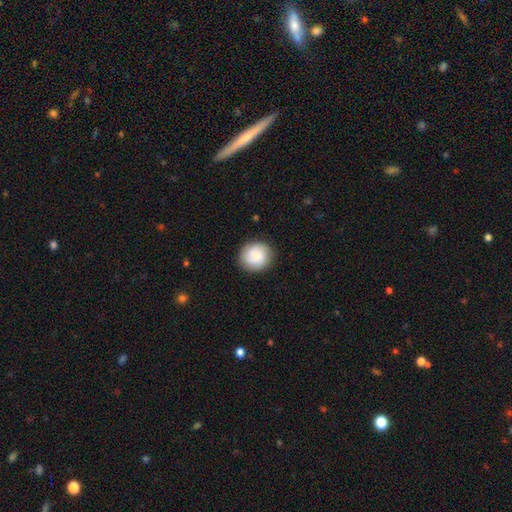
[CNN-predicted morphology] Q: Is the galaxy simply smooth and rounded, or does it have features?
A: smooth — 81%.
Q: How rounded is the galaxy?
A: round — 88%.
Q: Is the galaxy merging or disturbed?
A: none — 88%.